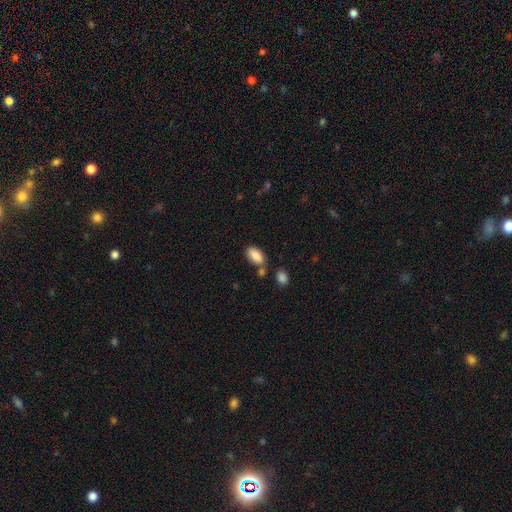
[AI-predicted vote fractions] Morphology: type=smooth (87%); roundness=in between (92%); merging=none (68%).